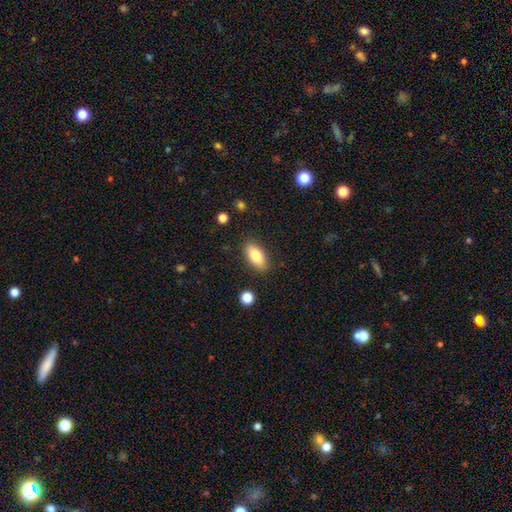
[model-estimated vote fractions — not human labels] Smooth or featured?
  - smooth: 81% *
  - featured or disk: 12%
  - star or artifact: 7%
How rounded?
  - in between: 87% *
  - cigar-shaped: 9%
  - round: 3%
Merging?
  - none: 85% *
  - minor disturbance: 10%
  - major disturbance: 3%
  - merger: 2%